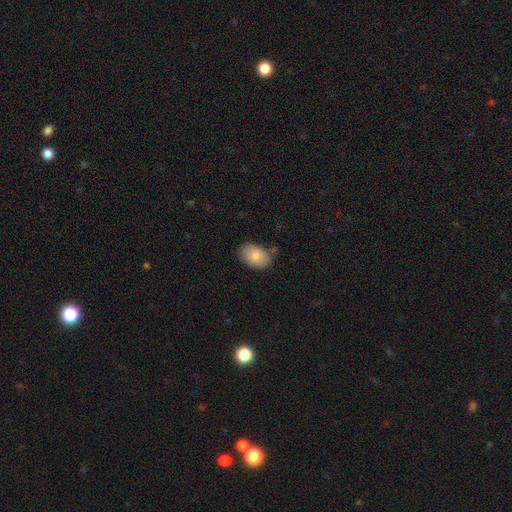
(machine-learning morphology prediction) This appears to be a smooth galaxy with no disk features (84%) that is in between round and cigar-shaped (89%). Merging: none (77%).